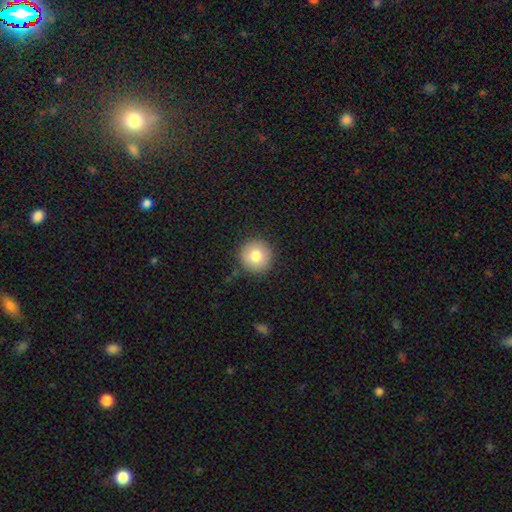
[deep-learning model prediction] smooth 80%, featured or disk 11%, star or artifact 9%. Down the decision tree: how rounded — round (96%); merging — none (90%).